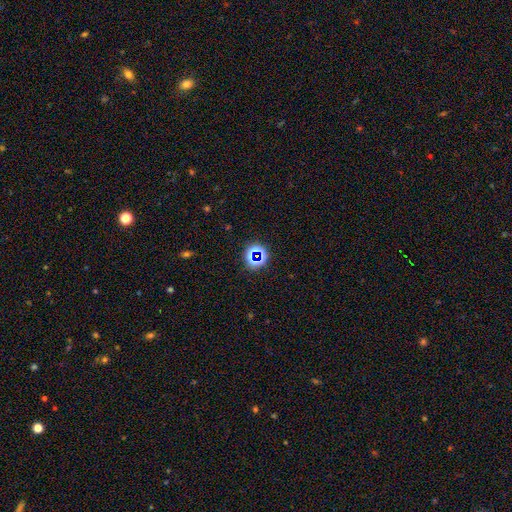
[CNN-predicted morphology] Smooth or featured?
  - star or artifact: 66% *
  - smooth: 24%
  - featured or disk: 10%